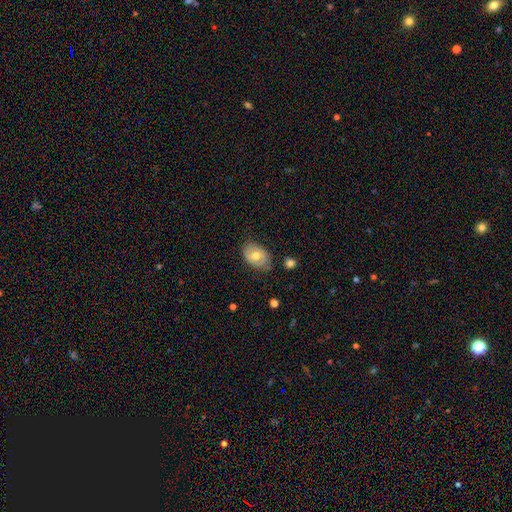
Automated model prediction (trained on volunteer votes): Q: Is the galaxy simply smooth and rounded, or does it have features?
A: smooth — 52%.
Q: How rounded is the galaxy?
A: in between — 81%.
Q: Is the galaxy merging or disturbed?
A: none — 74%.